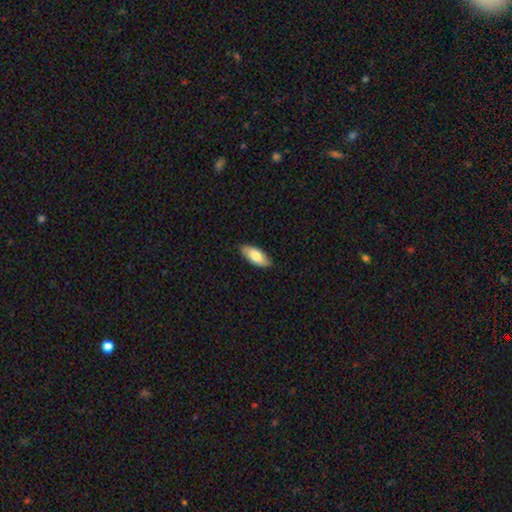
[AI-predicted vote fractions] This is likely a smooth galaxy (77%). How rounded: clearly in between (86%). Merging: clearly none (87%).